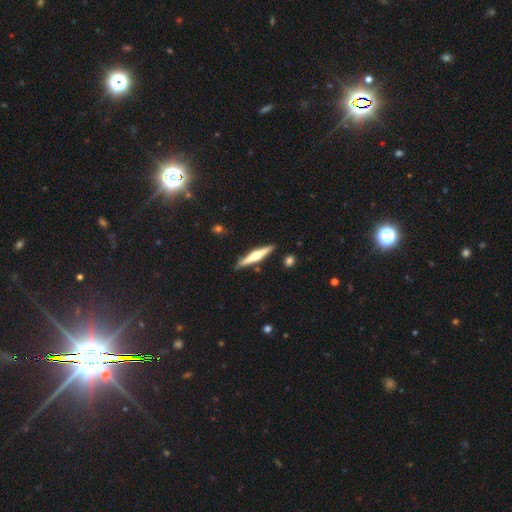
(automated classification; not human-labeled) smooth-or-featured: featured or disk: 63% | smooth: 32% | star or artifact: 5%
  disk-edge-on: yes: 97% | no: 3%
    edge-on-bulge: rounded: 84% | boxy: 8% | none: 8%
  merging: none: 89% | minor disturbance: 8% | merger: 2% | major disturbance: 2%